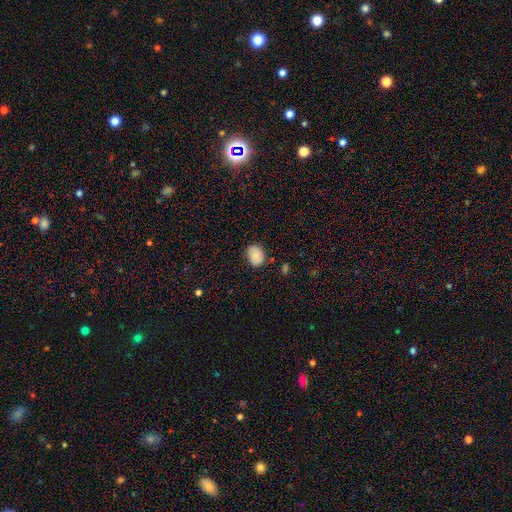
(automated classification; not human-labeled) A smooth galaxy with no disk features (79%) that is in between round and cigar-shaped (60%). Merging: none (76%).